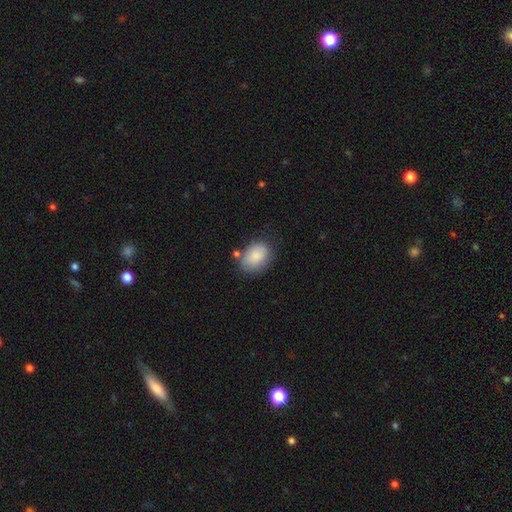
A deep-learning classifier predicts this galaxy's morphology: Q: Smooth or featured?
A: smooth (83%); runner-up: featured or disk (10%)
Q: How rounded?
A: in between (77%); runner-up: round (22%)
Q: Merging?
A: none (63%); runner-up: minor disturbance (23%)